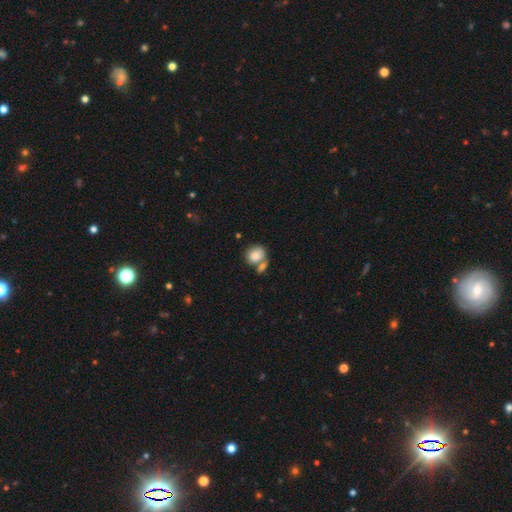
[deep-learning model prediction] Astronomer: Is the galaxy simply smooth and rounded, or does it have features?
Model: smooth — 82%.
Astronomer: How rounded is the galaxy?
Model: round — 53% (runner-up: in between, 46%).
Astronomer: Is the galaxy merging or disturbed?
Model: merger — 44% (runner-up: none, 38%).